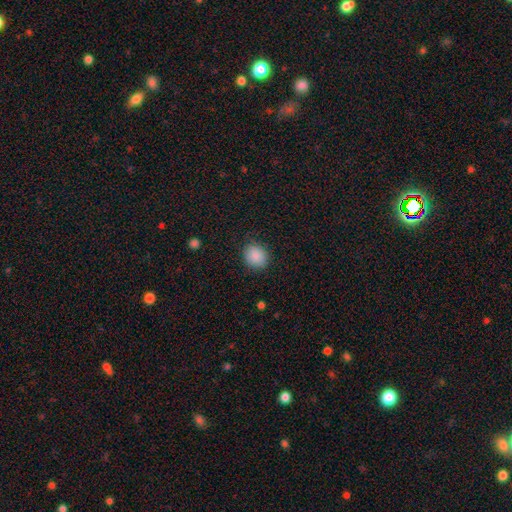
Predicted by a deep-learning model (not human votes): A smooth galaxy with no disk features (88%) that is round (72%).

Vote fractions:
- Smooth or featured? smooth: 88% / star or artifact: 8% / featured or disk: 3%
- How rounded? round: 72% / in between: 27% / cigar-shaped: 1%
- Merging? none: 85% / minor disturbance: 11% / major disturbance: 3% / merger: 1%